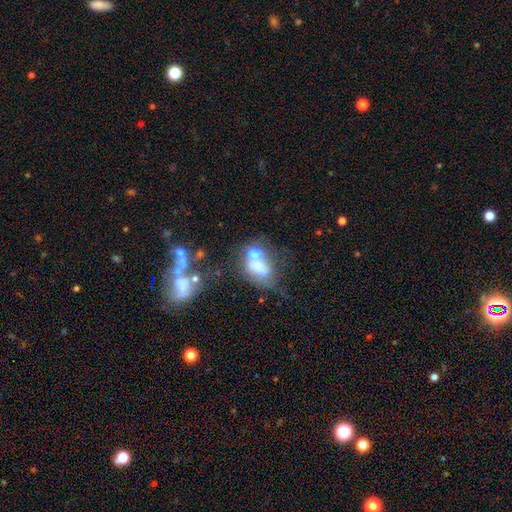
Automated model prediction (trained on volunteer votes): This is possibly a smooth galaxy (48%). Merging: likely merger (63%).